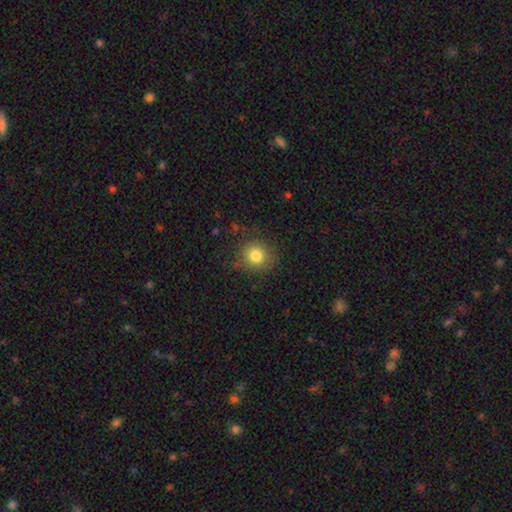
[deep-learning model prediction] Q: Smooth or featured?
A: smooth (81%); runner-up: star or artifact (11%)
Q: How rounded?
A: round (86%); runner-up: in between (13%)
Q: Merging?
A: none (83%); runner-up: minor disturbance (12%)